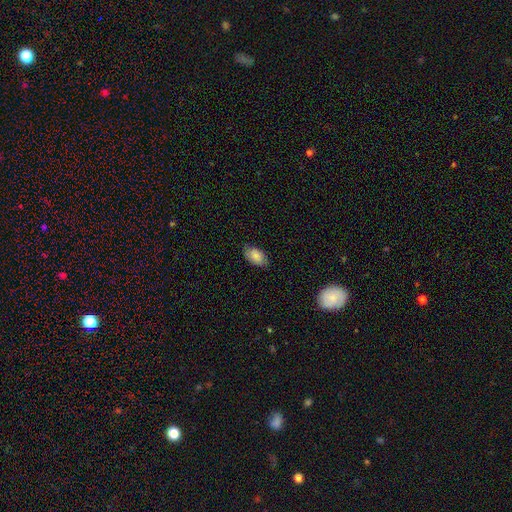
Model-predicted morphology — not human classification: Smooth or featured: smooth — 81% (featured or disk — 12%)
How rounded: in between — 93% (round — 5%)
Merging: none — 77% (minor disturbance — 19%)